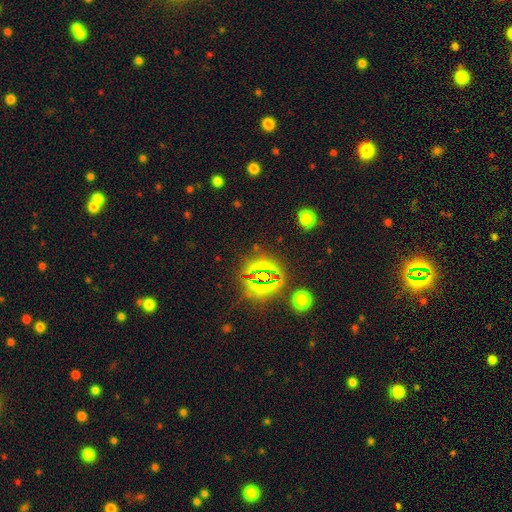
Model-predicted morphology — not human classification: type=star or artifact (79%).